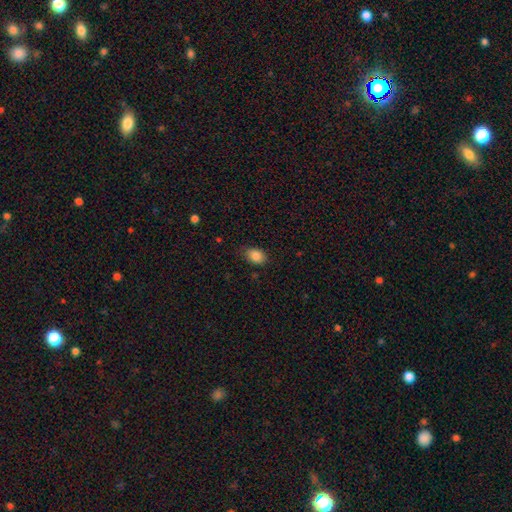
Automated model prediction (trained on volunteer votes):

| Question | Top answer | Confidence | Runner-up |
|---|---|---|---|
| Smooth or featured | smooth | 87% | star or artifact (9%) |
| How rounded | in between | 77% | round (21%) |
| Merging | none | 74% | minor disturbance (21%) |